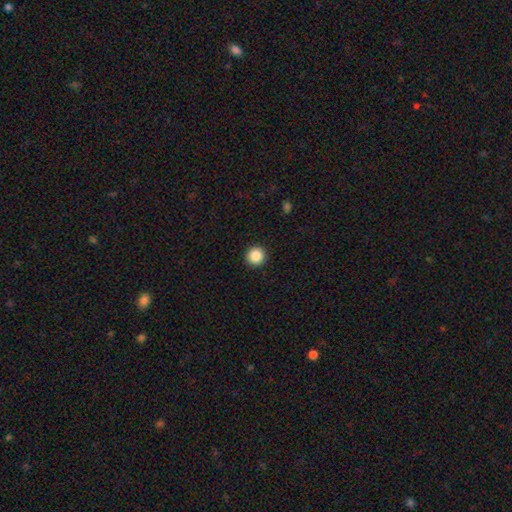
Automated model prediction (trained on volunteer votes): Smooth or featured? smooth (87%)
How rounded? round (96%)
Merging? none (93%)